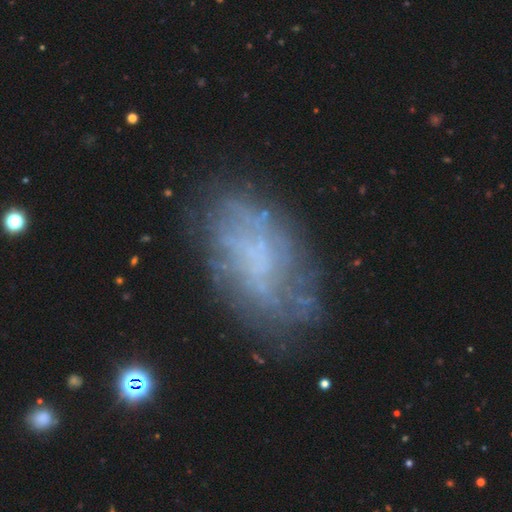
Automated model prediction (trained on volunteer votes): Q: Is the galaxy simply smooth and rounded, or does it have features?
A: featured or disk — 57%.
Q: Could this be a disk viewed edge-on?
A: no — 95%.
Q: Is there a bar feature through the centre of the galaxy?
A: no — 79%.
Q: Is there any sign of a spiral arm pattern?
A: no — 58%.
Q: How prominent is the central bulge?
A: none — 73%.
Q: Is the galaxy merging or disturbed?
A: none — 66%.